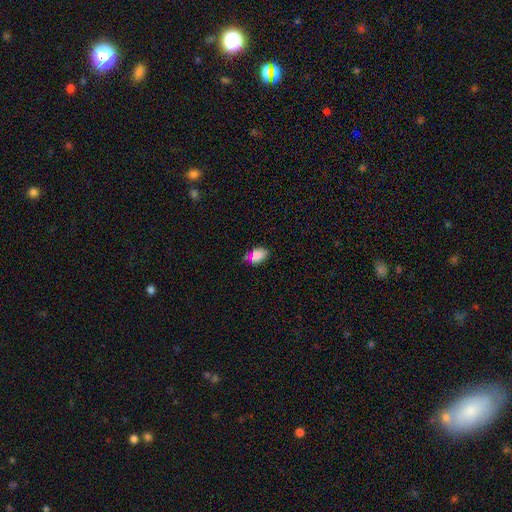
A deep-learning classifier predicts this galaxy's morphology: Overall: smooth (82%). How rounded: in between (88%). Merging: none (56%; minor disturbance 26%).